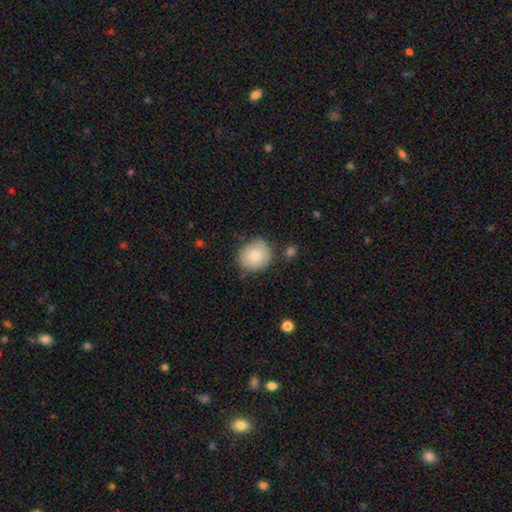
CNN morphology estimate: smooth-or-featured: smooth: 83% | featured or disk: 11% | star or artifact: 7%
  how-rounded: round: 79% | in between: 20% | cigar-shaped: 1%
  merging: none: 74% | minor disturbance: 19% | major disturbance: 4% | merger: 3%